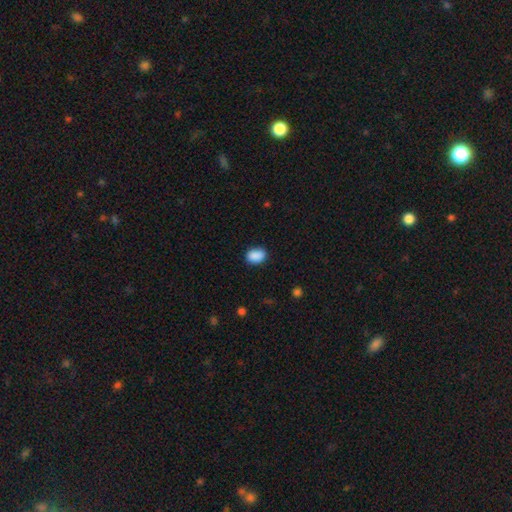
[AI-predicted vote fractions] This appears to be a smooth galaxy with no disk features (89%) that is in between round and cigar-shaped (76%). Merging: none (82%).